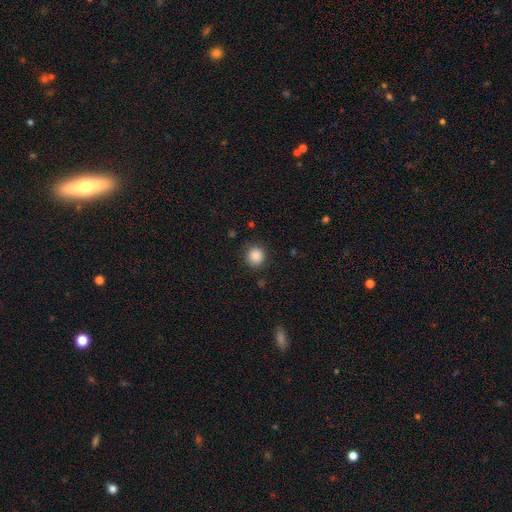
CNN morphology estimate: Smooth or featured? Predicted: smooth (p=0.87). How rounded? Predicted: round (p=0.91). Merging? Predicted: none (p=0.86).